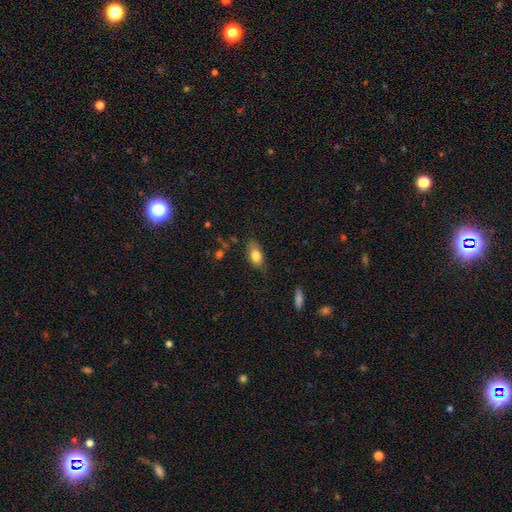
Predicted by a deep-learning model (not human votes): This appears to be a smooth galaxy with no disk features (80%) that is in between round and cigar-shaped (86%). Merging: none (74%).